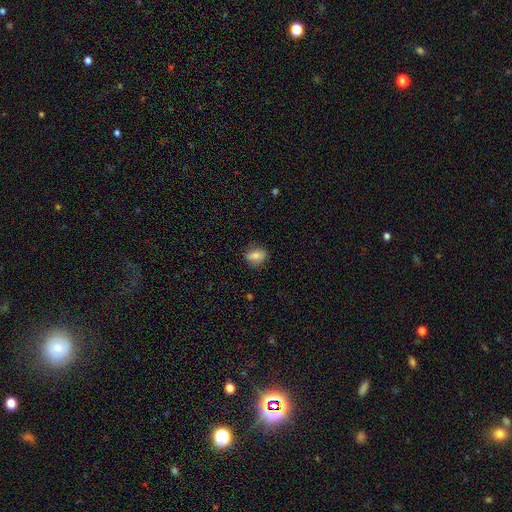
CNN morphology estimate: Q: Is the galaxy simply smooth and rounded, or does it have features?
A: smooth — 76%.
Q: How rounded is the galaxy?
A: in between — 61%.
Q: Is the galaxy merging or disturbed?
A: none — 79%.